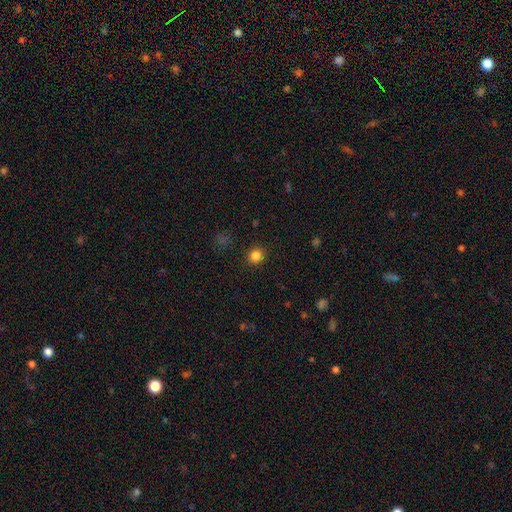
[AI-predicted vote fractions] The model was most divided on "smooth or featured": smooth: 84%, star or artifact: 12%, featured or disk: 4%. More confident: merging — none (91%); how rounded — round (88%).